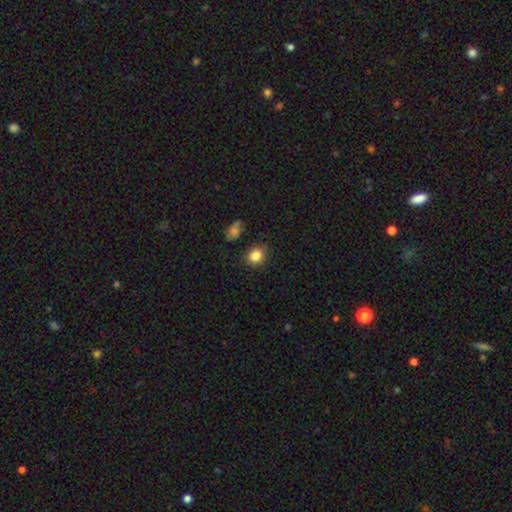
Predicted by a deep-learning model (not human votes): This appears to be a smooth galaxy with no disk features (85%) that is round (59%). Merging: none (82%).